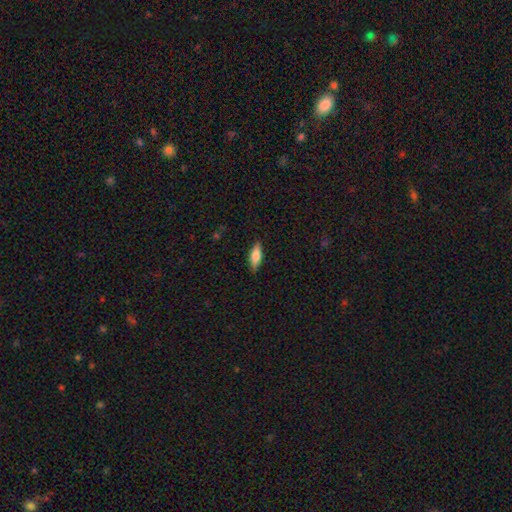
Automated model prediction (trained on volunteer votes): The model was most divided on "how rounded": in between: 64%, cigar-shaped: 34%, round: 2%. More confident: merging — none (87%); smooth or featured — smooth (72%).